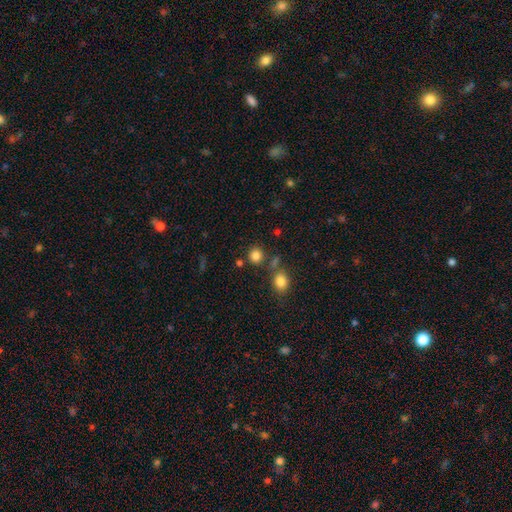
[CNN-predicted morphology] This appears to be a smooth galaxy with no disk features (83%) that is round (84%). Merging: none (76%).